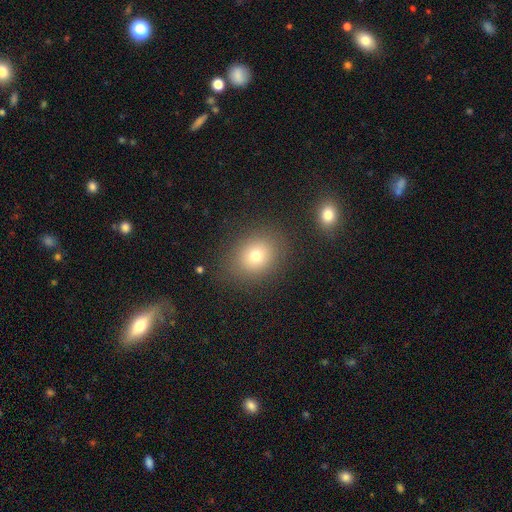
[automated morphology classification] This appears to be a smooth galaxy with no disk features (74%) that is round (57%). Merging: none (82%).